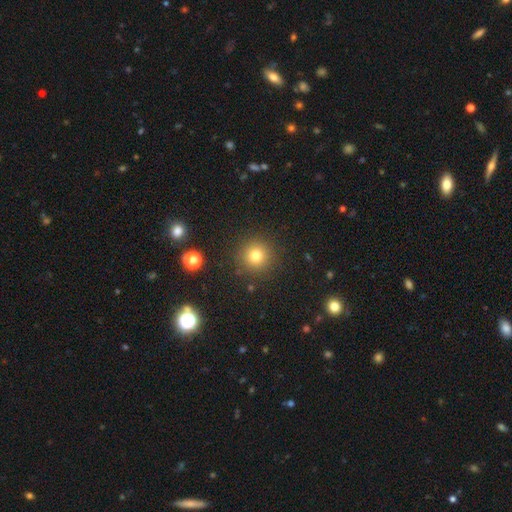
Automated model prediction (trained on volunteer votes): smooth-or-featured: smooth: 78% | star or artifact: 15% | featured or disk: 8%
  how-rounded: round: 94% | in between: 5% | cigar-shaped: 1%
  merging: none: 89% | minor disturbance: 7% | major disturbance: 3% | merger: 2%